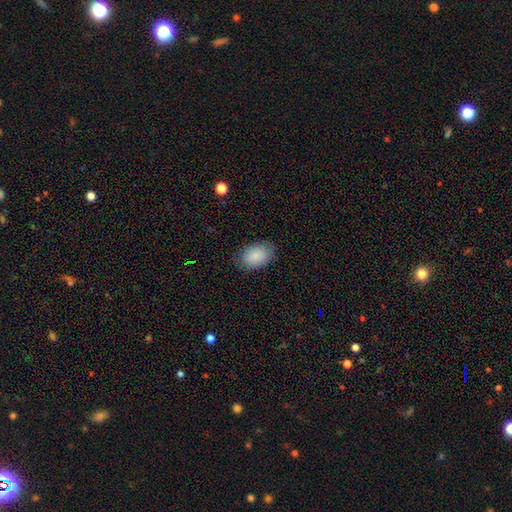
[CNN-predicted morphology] Q: Smooth or featured?
A: smooth (88%); runner-up: star or artifact (7%)
Q: How rounded?
A: in between (87%); runner-up: round (11%)
Q: Merging?
A: none (83%); runner-up: minor disturbance (13%)